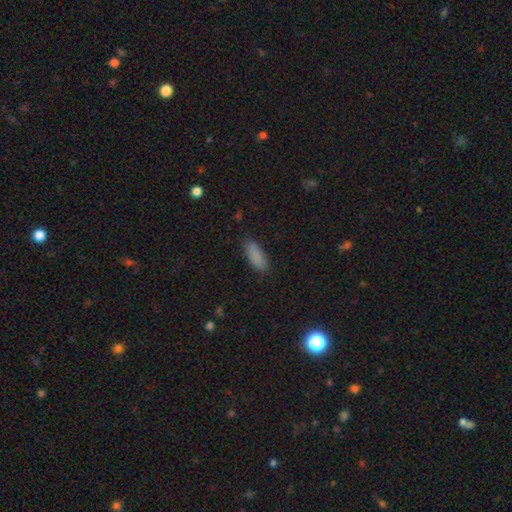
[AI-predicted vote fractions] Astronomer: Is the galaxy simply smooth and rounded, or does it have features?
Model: smooth — 86%.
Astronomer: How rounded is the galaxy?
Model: in between — 76%.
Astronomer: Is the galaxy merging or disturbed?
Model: none — 84%.